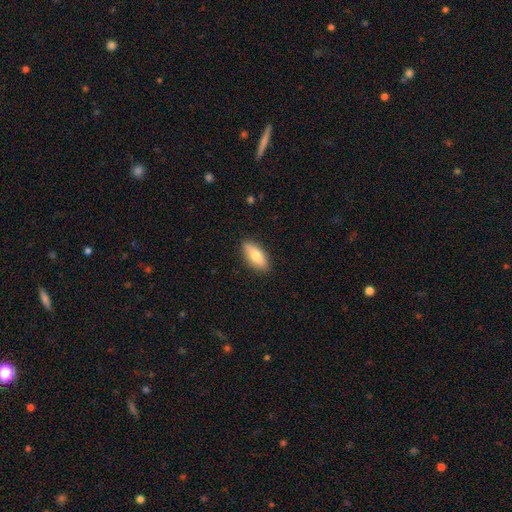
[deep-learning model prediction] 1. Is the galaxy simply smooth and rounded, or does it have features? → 76% smooth, 17% featured or disk, 6% star or artifact.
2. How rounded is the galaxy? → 83% in between, 15% cigar-shaped, 3% round.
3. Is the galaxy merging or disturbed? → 87% none, 10% minor disturbance, 2% major disturbance, 1% merger.